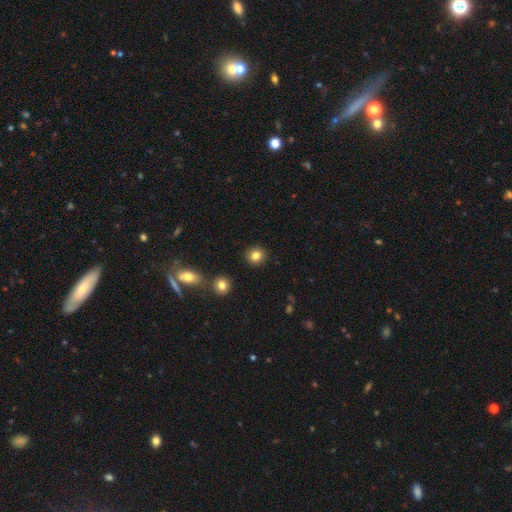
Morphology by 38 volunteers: Q: Smooth or featured?
A: smooth (84%); runner-up: featured or disk (8%)
Q: How rounded?
A: round (88%); runner-up: in between (12%)
Q: Merging?
A: none (91%); runner-up: merger (6%)